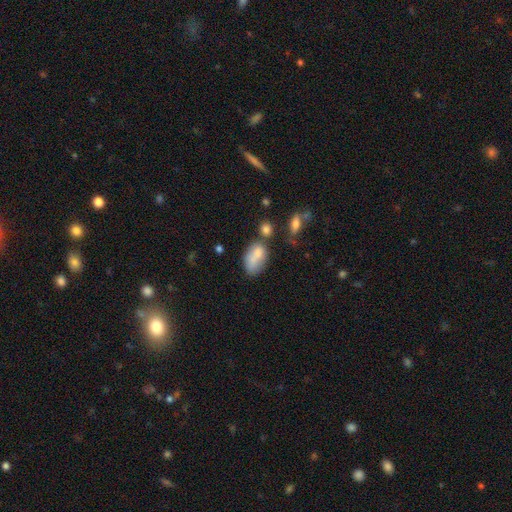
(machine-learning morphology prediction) smooth_or_featured: smooth (p=0.77) [alt: featured or disk p=0.14]
how_rounded: in between (p=0.90) [alt: round p=0.08]
merging: none (p=0.40) [alt: minor disturbance p=0.25]